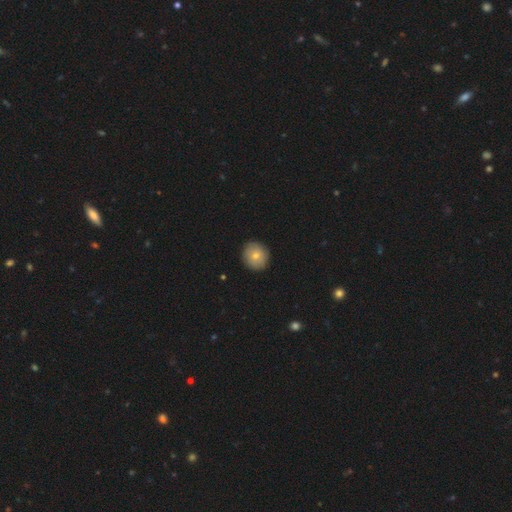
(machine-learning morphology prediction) A smooth galaxy with no disk features (77%) that is round (83%). Merging: none (90%).